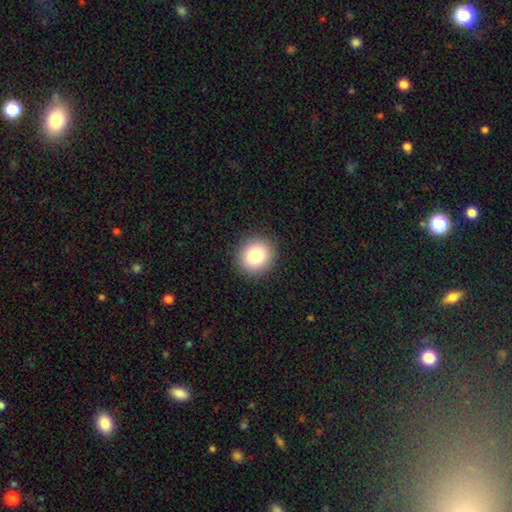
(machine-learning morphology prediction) The model was most divided on "how rounded": round: 84%, in between: 15%, cigar-shaped: 1%. More confident: merging — none (91%); smooth or featured — smooth (81%).